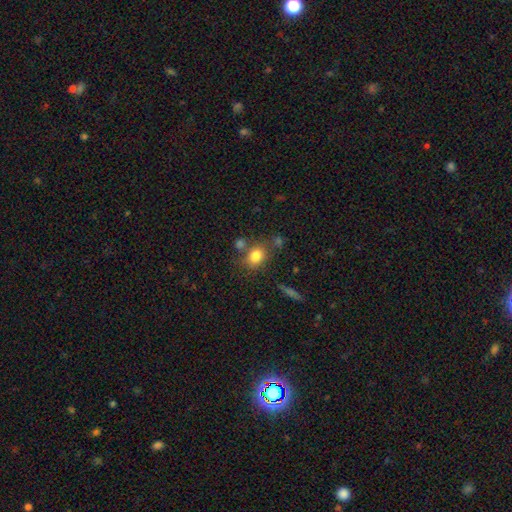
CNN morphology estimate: Smooth or featured?
  - smooth: 80% *
  - star or artifact: 11%
  - featured or disk: 9%
How rounded?
  - round: 53% *
  - in between: 45%
  - cigar-shaped: 2%
Merging?
  - none: 67% *
  - minor disturbance: 14%
  - merger: 13%
  - major disturbance: 5%